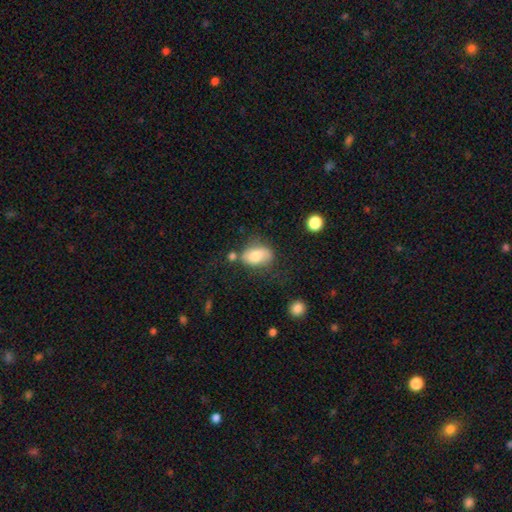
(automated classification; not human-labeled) smooth 74%, featured or disk 19%, star or artifact 8%. Down the decision tree: how rounded — in between (85%); merging — none (56%).